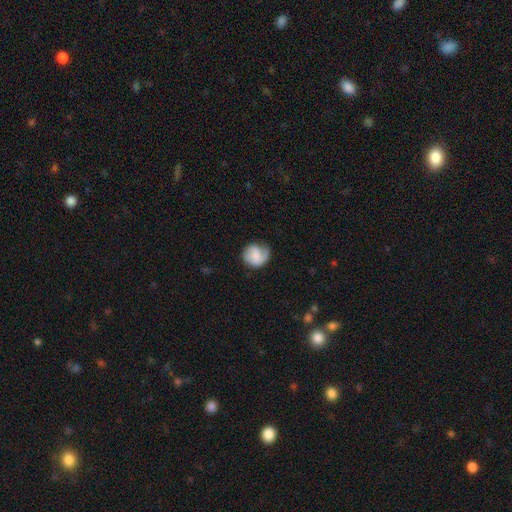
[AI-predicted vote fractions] smooth_or_featured: smooth (p=0.55) [alt: featured or disk p=0.38]
how_rounded: round (p=0.80) [alt: in between p=0.19]
merging: none (p=0.56) [alt: minor disturbance p=0.27]